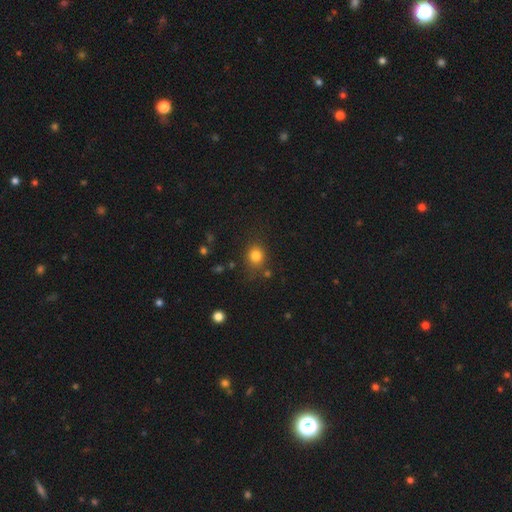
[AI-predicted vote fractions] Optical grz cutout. It shows a smooth galaxy with no disk features (81%) that is round (76%). Merging: none (77%).